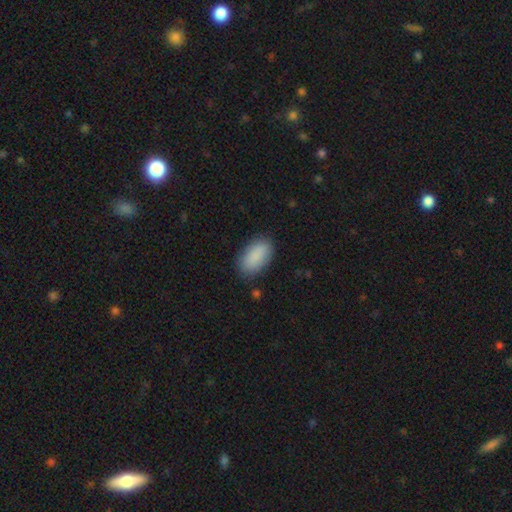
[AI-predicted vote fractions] Q: Smooth or featured?
A: smooth (89%); runner-up: star or artifact (6%)
Q: How rounded?
A: in between (94%); runner-up: round (3%)
Q: Merging?
A: none (83%); runner-up: minor disturbance (13%)